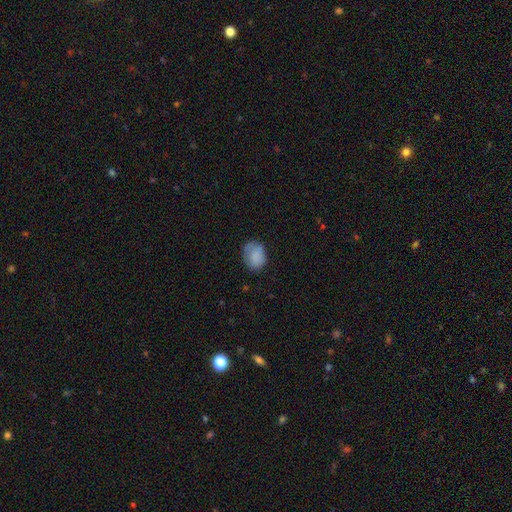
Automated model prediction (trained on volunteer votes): Smooth or featured? Predicted: smooth (p=0.81). How rounded? Predicted: in between (p=0.58). Merging? Predicted: none (p=0.59).